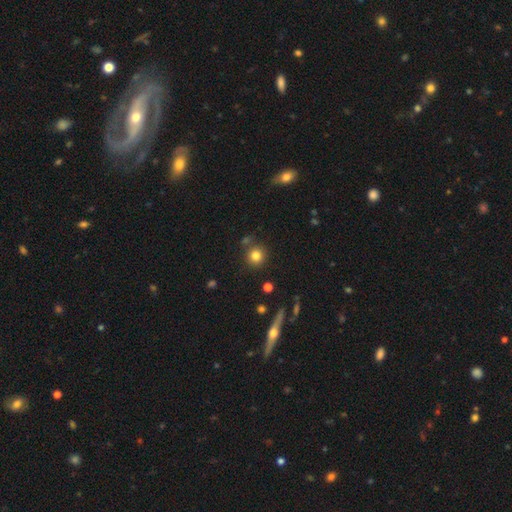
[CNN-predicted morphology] A smooth galaxy with no disk features (82%) that is round (93%).

Vote fractions:
- Smooth or featured? smooth: 82% / star or artifact: 12% / featured or disk: 6%
- How rounded? round: 93% / in between: 6% / cigar-shaped: 1%
- Merging? none: 80% / minor disturbance: 9% / merger: 8% / major disturbance: 3%